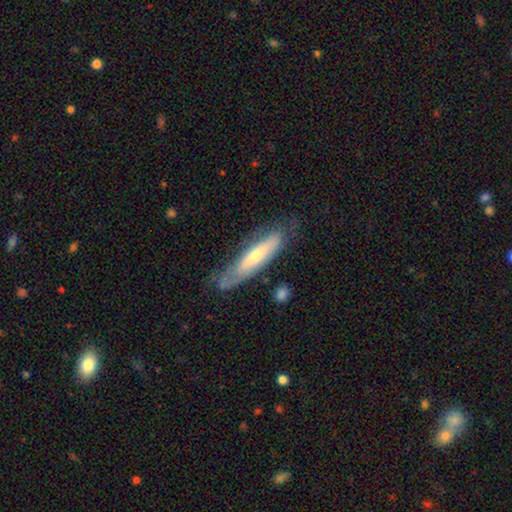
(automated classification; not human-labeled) Morphology: type=featured or disk (55%); edge-on=yes (62%); merging=none (69%).